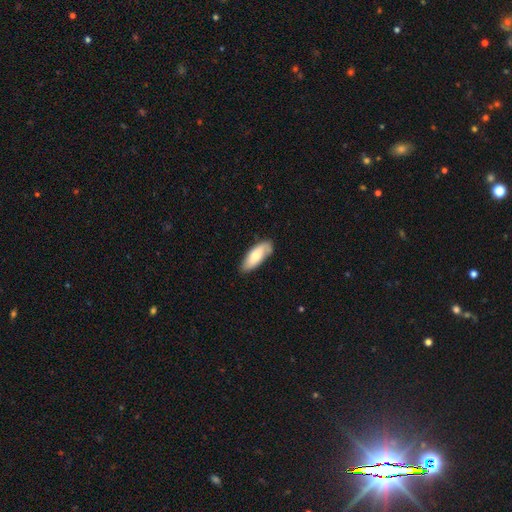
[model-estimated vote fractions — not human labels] smooth-or-featured: smooth: 66% | featured or disk: 28% | star or artifact: 6%
  how-rounded: in between: 76% | cigar-shaped: 22% | round: 2%
  merging: none: 76% | minor disturbance: 19% | major disturbance: 4% | merger: 2%